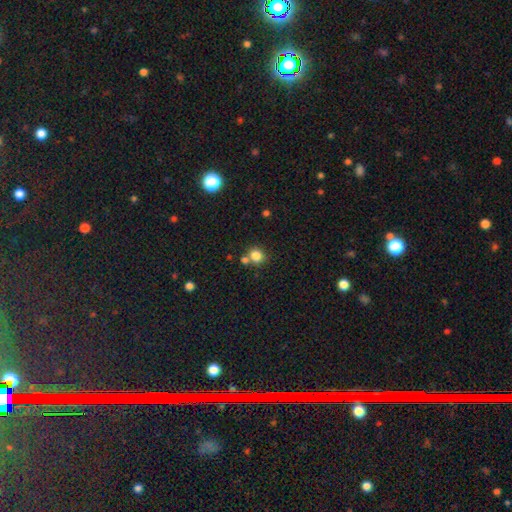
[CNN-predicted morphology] A smooth galaxy with no disk features (82%) that is round (85%).

Vote fractions:
- Smooth or featured? smooth: 82% / star or artifact: 12% / featured or disk: 6%
- How rounded? round: 85% / in between: 14% / cigar-shaped: 1%
- Merging? none: 63% / merger: 25% / minor disturbance: 9% / major disturbance: 3%